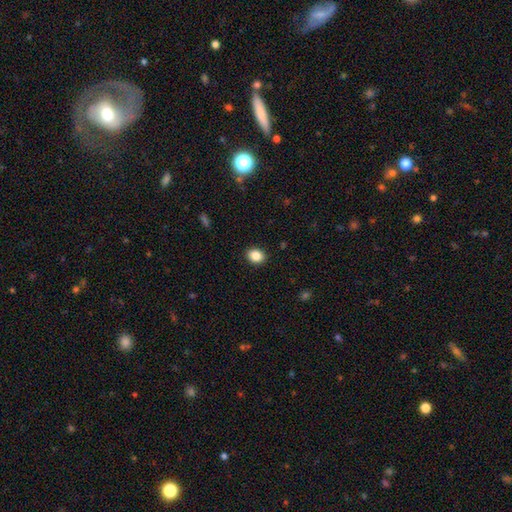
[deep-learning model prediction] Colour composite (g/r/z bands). It shows a smooth galaxy with no disk features (87%) that is in between round and cigar-shaped (52%). Merging: none (90%).